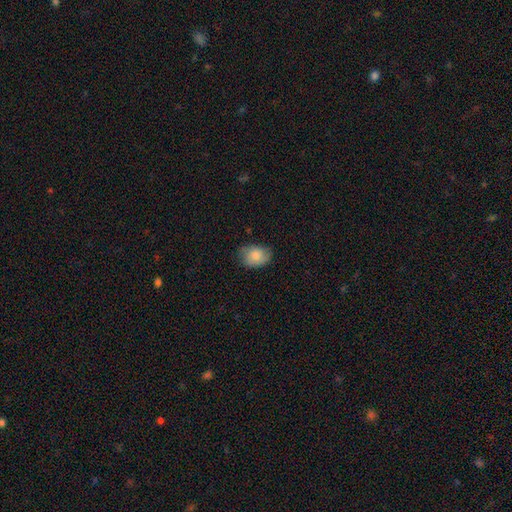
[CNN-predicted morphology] A smooth galaxy with no disk features (72%) that is in between round and cigar-shaped (70%). Merging: none (68%).